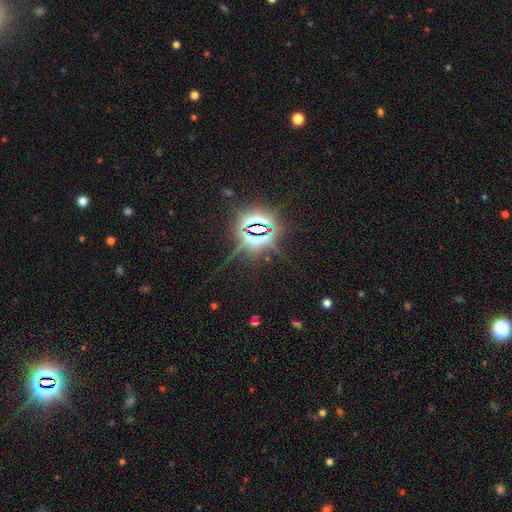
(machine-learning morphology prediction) star or artifact 86%, smooth 8%, featured or disk 6%.